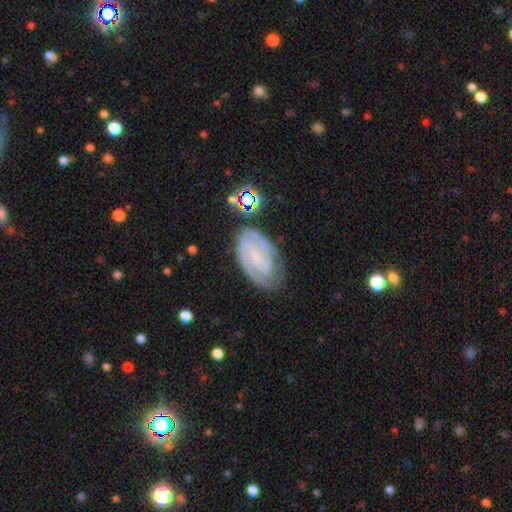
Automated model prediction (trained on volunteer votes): A featured or disk galaxy (81%) with no bar (45%), 2 (59%) tight (63%) spiral arms (95%) and a small central bulge (67%).

Vote fractions:
- Smooth or featured? featured or disk: 81% / smooth: 12% / star or artifact: 7%
- Edge-on disk? no: 97% / yes: 3%
- Bar? no: 45% / weak: 42% / strong: 13%
- Spiral arms? yes: 95% / no: 5%
- Spiral winding? tight: 63% / medium: 31% / loose: 7%
- Spiral arm count? 2: 59% / can't tell: 18% / 3: 12% / 1: 4% / 4: 3% / more than 4: 3%
- Bulge size? small: 67% / none: 20% / moderate: 11% / large: 1% / dominant: 1%
- Merging? none: 73% / minor disturbance: 18% / major disturbance: 6% / merger: 3%